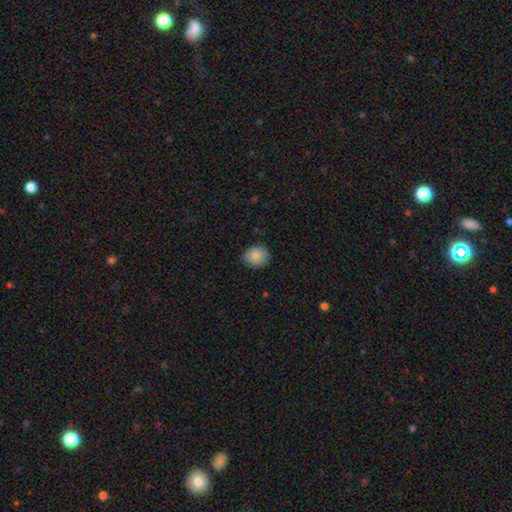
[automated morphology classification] smooth-or-featured: smooth: 86% | star or artifact: 8% | featured or disk: 7%
  how-rounded: round: 73% | in between: 26% | cigar-shaped: 1%
  merging: none: 84% | minor disturbance: 13% | major disturbance: 3% | merger: 1%